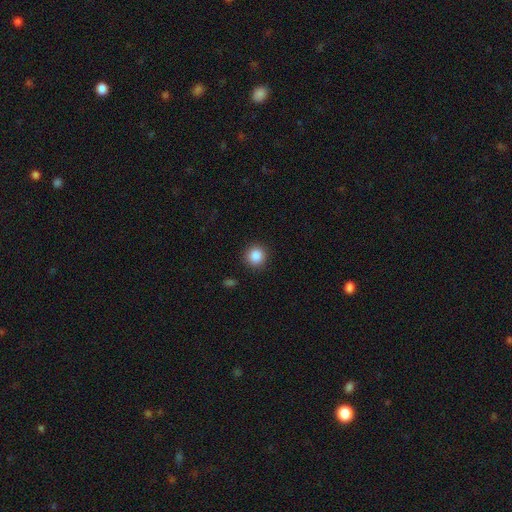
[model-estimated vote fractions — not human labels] This is clearly a smooth galaxy (87%). How rounded: clearly round (93%). Merging: clearly none (91%).